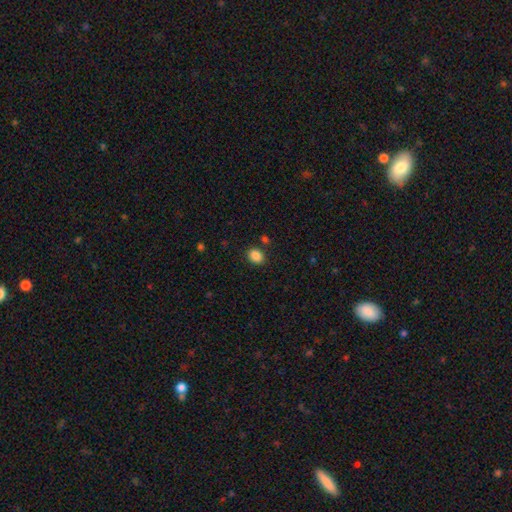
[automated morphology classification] type=smooth (87%); roundness=in between (56%); merging=none (85%).